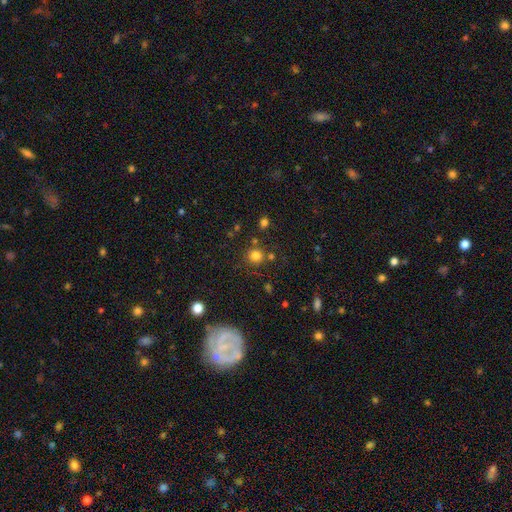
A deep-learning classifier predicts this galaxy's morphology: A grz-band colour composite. It shows a smooth galaxy with no disk features (79%) that is round (91%). Merging: none (79%).